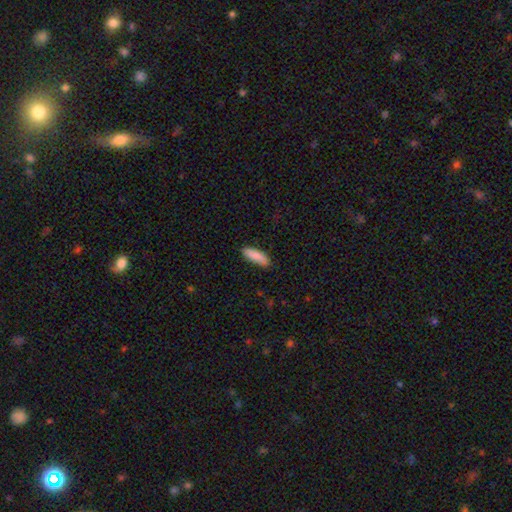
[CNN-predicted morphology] A smooth galaxy with no disk features (88%) that is in between round and cigar-shaped (50%). Merging: none (84%).